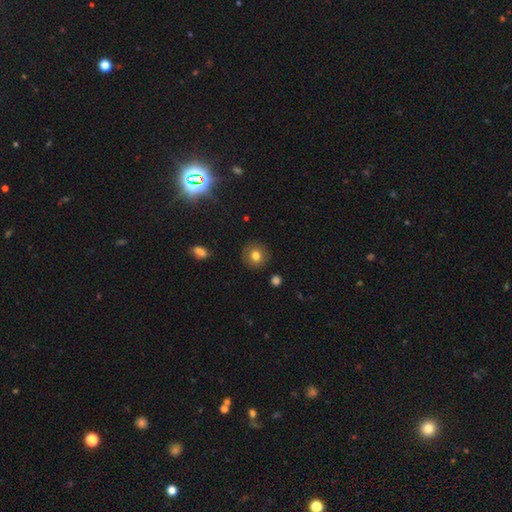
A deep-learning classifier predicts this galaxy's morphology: A smooth galaxy with no disk features (77%) that is round (90%).

Vote fractions:
- Smooth or featured? smooth: 77% / featured or disk: 13% / star or artifact: 10%
- How rounded? round: 90% / in between: 9% / cigar-shaped: 1%
- Merging? none: 89% / minor disturbance: 7% / major disturbance: 2% / merger: 1%